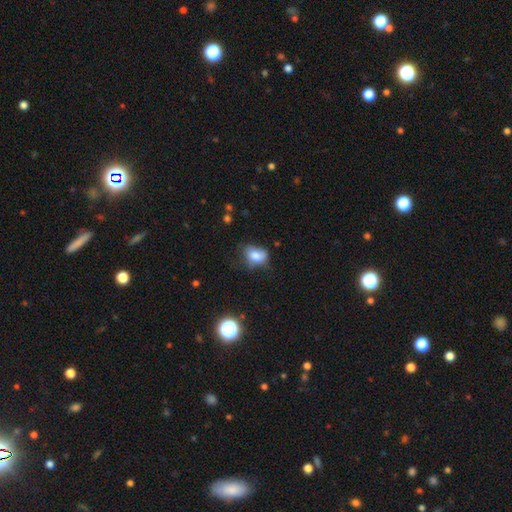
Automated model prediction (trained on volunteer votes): This appears to be a smooth galaxy with no disk features (75%) that is in between round and cigar-shaped (69%). Merging: none (44%).